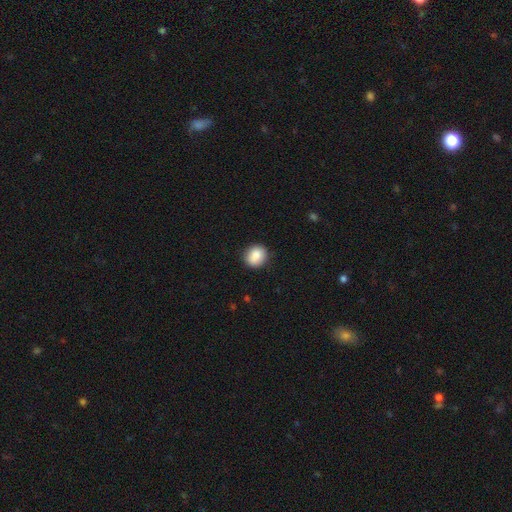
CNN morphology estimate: This is clearly a smooth galaxy (87%). How rounded: clearly round (81%). Merging: clearly none (87%).